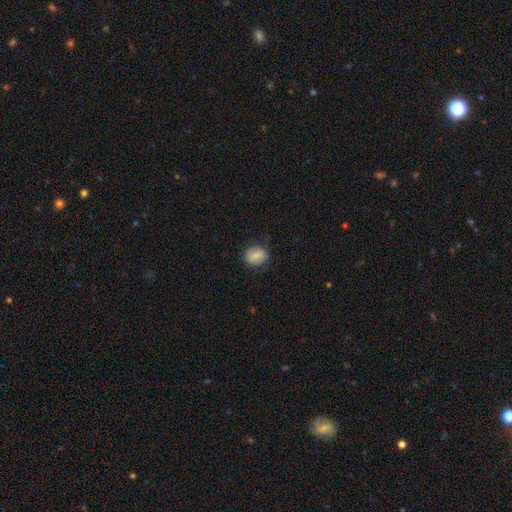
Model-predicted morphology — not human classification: A smooth galaxy with no disk features (75%) that is round (63%). Merging: none (79%).